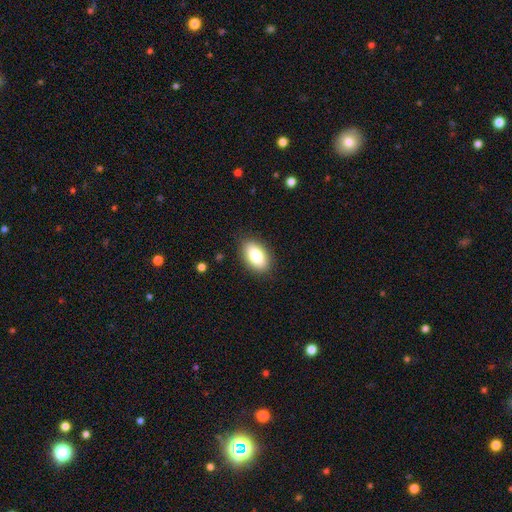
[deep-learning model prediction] The model was most divided on "smooth or featured": smooth: 80%, featured or disk: 12%, star or artifact: 8%. More confident: how rounded — in between (91%); merging — none (87%).